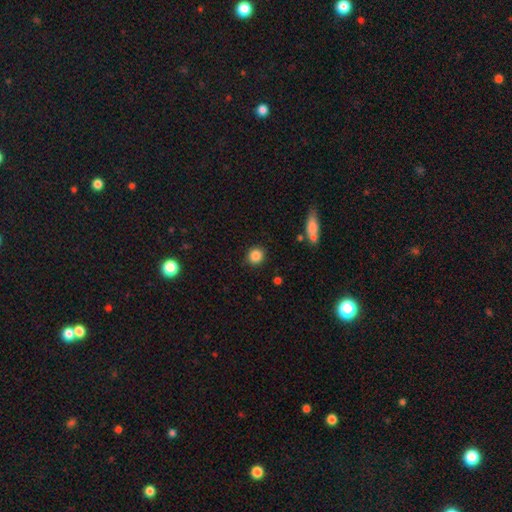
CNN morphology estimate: A smooth galaxy with no disk features (86%) that is round (85%).

Vote fractions:
- Smooth or featured? smooth: 86% / star or artifact: 9% / featured or disk: 4%
- How rounded? round: 85% / in between: 14% / cigar-shaped: 1%
- Merging? none: 88% / minor disturbance: 8% / major disturbance: 2% / merger: 2%